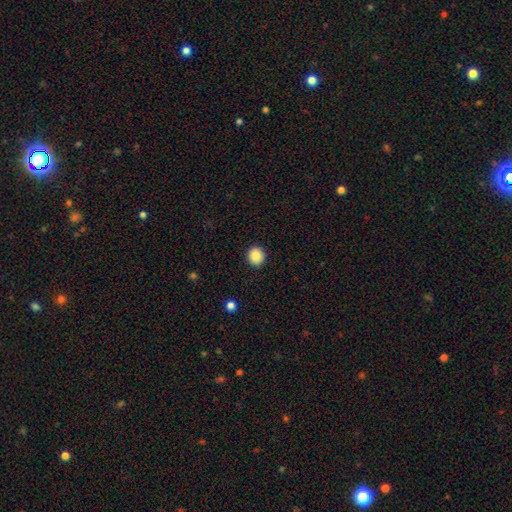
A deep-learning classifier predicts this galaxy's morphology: smooth_or_featured: smooth (p=0.88) [alt: star or artifact p=0.09]
how_rounded: round (p=0.83) [alt: in between p=0.16]
merging: none (p=0.91) [alt: minor disturbance p=0.06]